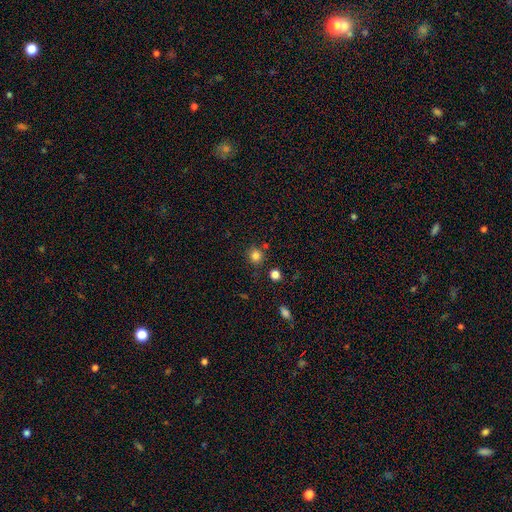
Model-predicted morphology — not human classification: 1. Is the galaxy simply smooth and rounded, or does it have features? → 82% smooth, 13% star or artifact, 5% featured or disk.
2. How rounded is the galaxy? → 90% round, 9% in between, 1% cigar-shaped.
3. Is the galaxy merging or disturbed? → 80% none, 10% minor disturbance, 7% merger, 3% major disturbance.